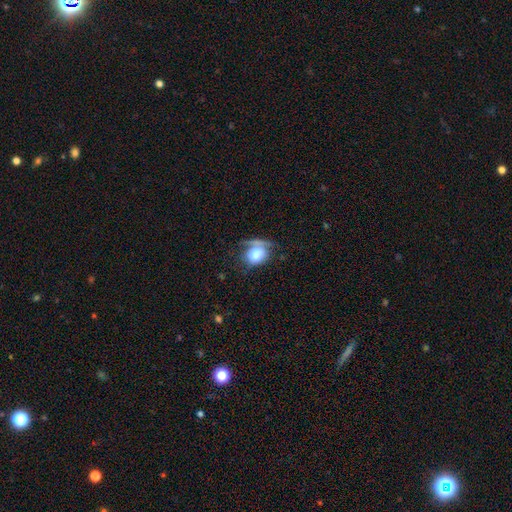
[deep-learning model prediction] A smooth galaxy with no disk features (69%) that is round (51%).

Vote fractions:
- Smooth or featured? smooth: 69% / featured or disk: 21% / star or artifact: 9%
- How rounded? round: 51% / in between: 47% / cigar-shaped: 2%
- Merging? none: 43% / minor disturbance: 23% / major disturbance: 20% / merger: 14%